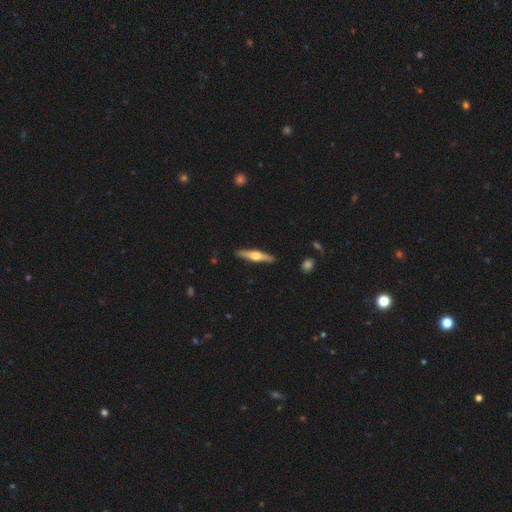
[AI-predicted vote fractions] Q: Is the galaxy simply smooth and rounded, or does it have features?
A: featured or disk — 57%.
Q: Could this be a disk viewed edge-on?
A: yes — 95%.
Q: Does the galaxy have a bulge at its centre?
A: rounded — 93%.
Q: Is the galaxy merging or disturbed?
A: none — 90%.